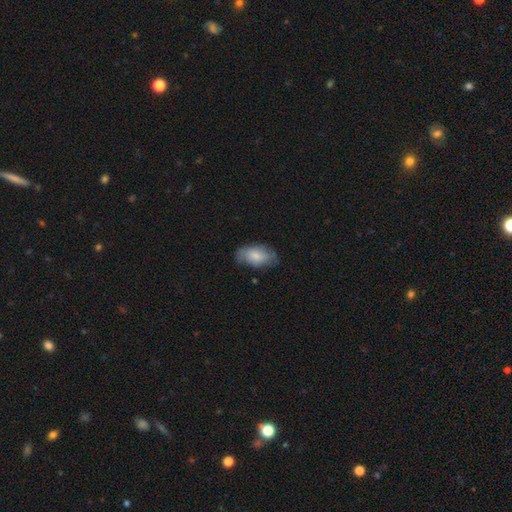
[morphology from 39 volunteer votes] type=smooth (77%); roundness=in between (90%); merging=none (62%).